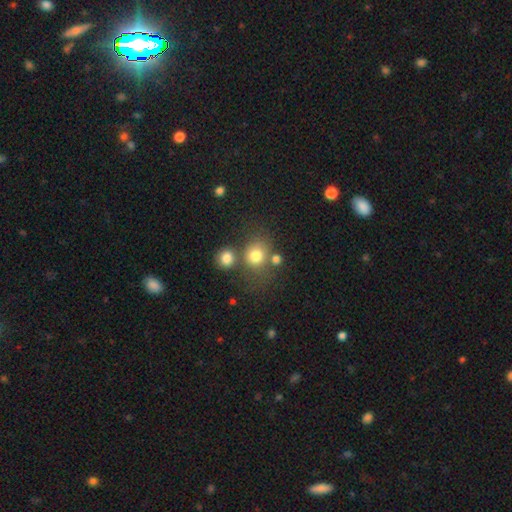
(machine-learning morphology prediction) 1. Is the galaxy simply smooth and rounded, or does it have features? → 77% smooth, 13% star or artifact, 10% featured or disk.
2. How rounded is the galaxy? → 75% round, 24% in between, 1% cigar-shaped.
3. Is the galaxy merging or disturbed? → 56% none, 25% merger, 12% minor disturbance, 7% major disturbance.